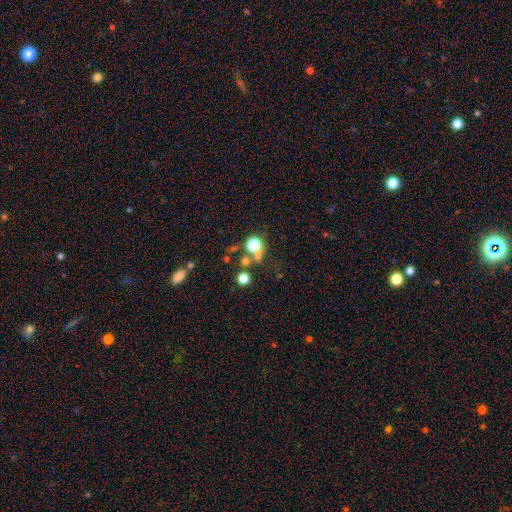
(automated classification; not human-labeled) Overall: smooth (45%; star or artifact 44%). Merging: none (63%).